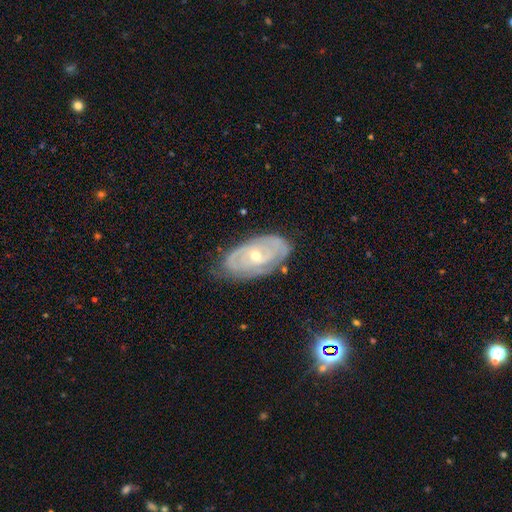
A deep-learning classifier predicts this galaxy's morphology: Smooth or featured? Predicted: featured or disk (p=0.80). Edge-on disk? Predicted: no (p=0.94). Bar? Predicted: no (p=0.66). Spiral arms? Predicted: yes (p=0.86). Spiral winding? Predicted: tight (p=0.67). Spiral arm count? Predicted: 2 (p=0.40). Bulge size? Predicted: small (p=0.52). Merging? Predicted: none (p=0.72).